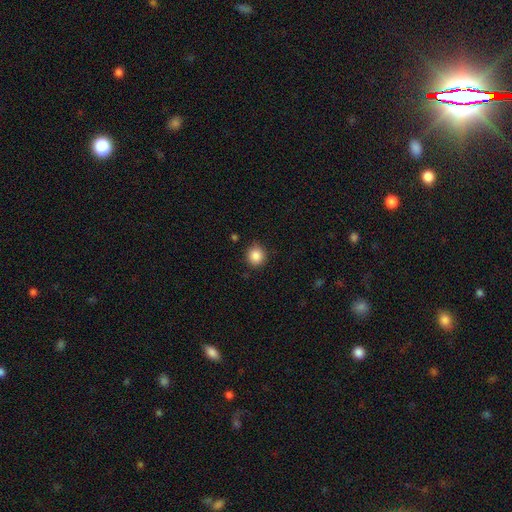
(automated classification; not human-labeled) This appears to be a smooth galaxy with no disk features (87%) that is round (89%). Merging: none (87%).